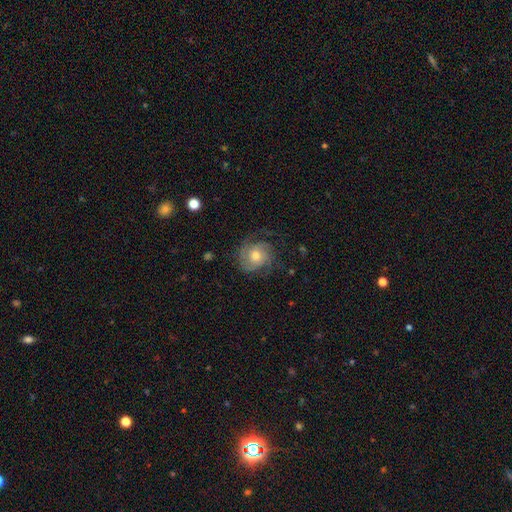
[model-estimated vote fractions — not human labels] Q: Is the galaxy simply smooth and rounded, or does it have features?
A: featured or disk — 74%.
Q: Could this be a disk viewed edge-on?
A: no — 98%.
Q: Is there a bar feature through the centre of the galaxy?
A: no — 75%.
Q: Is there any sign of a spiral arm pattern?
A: yes — 93%.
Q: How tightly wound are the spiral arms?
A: tight — 54%.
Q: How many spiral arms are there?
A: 2 — 35%.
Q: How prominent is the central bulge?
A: moderate — 68%.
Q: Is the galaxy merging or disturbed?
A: none — 69%.